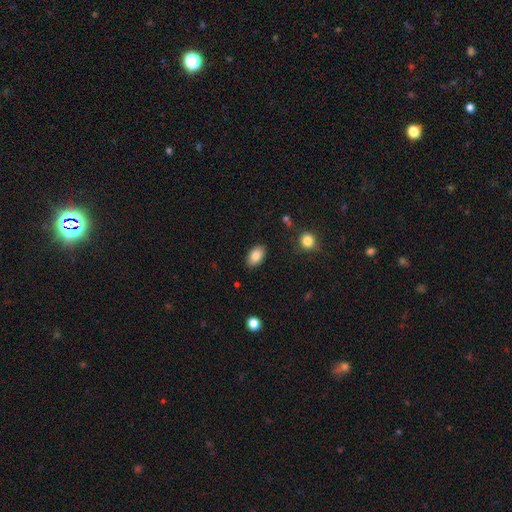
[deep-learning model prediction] Smooth or featured? smooth (84%)
How rounded? in between (90%)
Merging? none (87%)